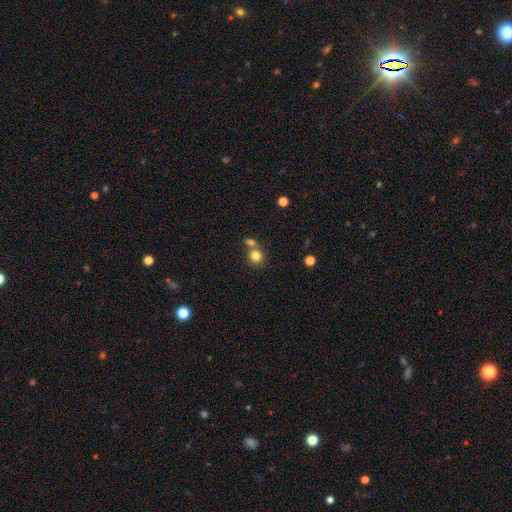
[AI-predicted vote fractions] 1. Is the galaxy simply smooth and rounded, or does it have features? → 81% smooth, 11% star or artifact, 7% featured or disk.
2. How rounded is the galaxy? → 85% round, 14% in between, 1% cigar-shaped.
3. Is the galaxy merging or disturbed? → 55% none, 33% merger, 8% minor disturbance, 3% major disturbance.